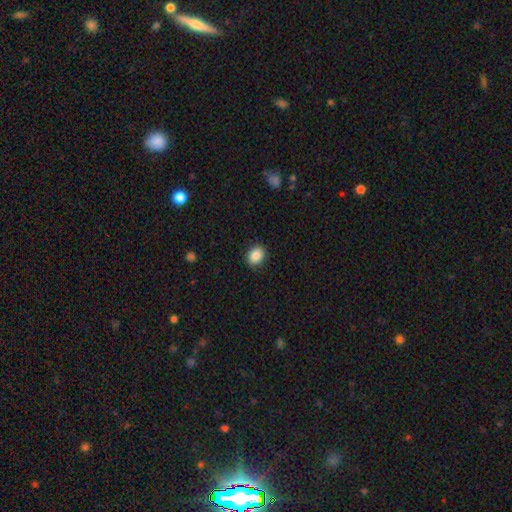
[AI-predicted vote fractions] Smooth or featured? Predicted: smooth (p=0.87). How rounded? Predicted: round (p=0.50). Merging? Predicted: none (p=0.90).